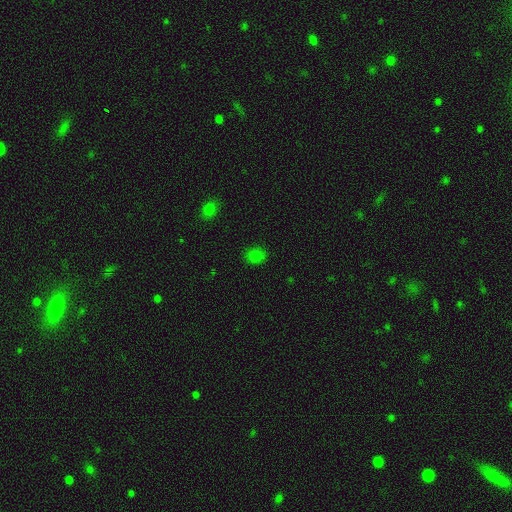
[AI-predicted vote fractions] The model was most divided on "how rounded": round: 62%, in between: 36%, cigar-shaped: 1%. More confident: merging — none (86%); smooth or featured — smooth (79%).